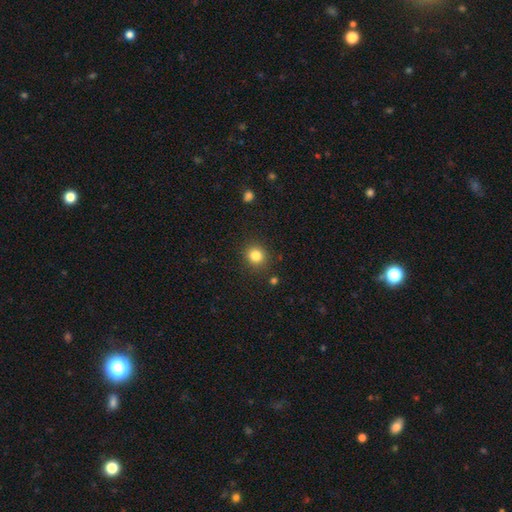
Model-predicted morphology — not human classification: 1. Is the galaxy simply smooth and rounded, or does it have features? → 83% smooth, 12% star or artifact, 5% featured or disk.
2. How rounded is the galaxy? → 88% round, 11% in between, 1% cigar-shaped.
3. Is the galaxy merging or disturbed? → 89% none, 7% minor disturbance, 2% major disturbance, 2% merger.